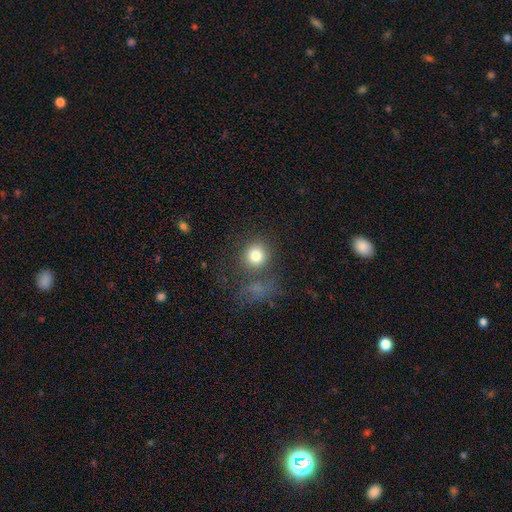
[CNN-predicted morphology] type=smooth (81%); roundness=round (89%); merging=none (67%).